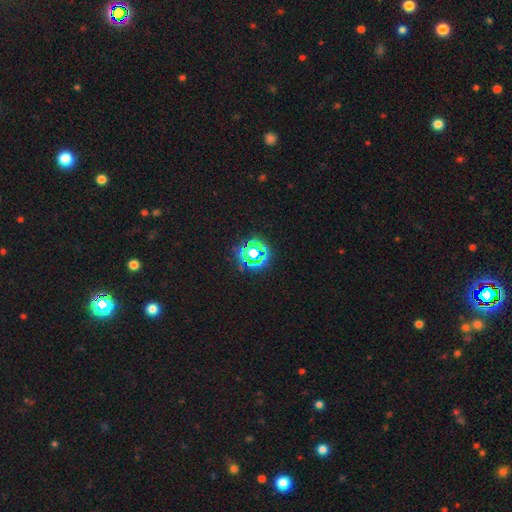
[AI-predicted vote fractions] Smooth or featured? star or artifact (67%)